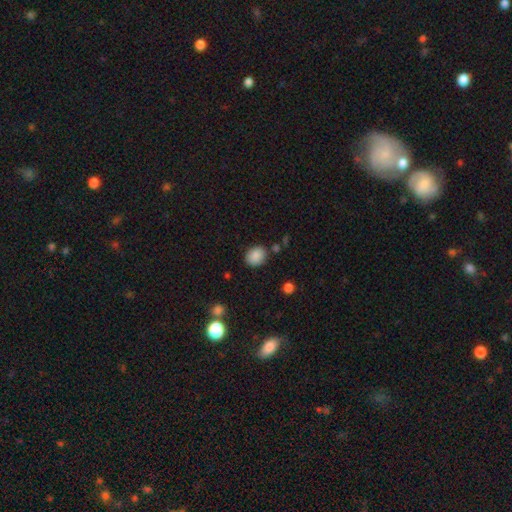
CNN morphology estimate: Q: Smooth or featured?
A: smooth (87%); runner-up: star or artifact (9%)
Q: How rounded?
A: round (55%); runner-up: in between (44%)
Q: Merging?
A: none (81%); runner-up: minor disturbance (12%)